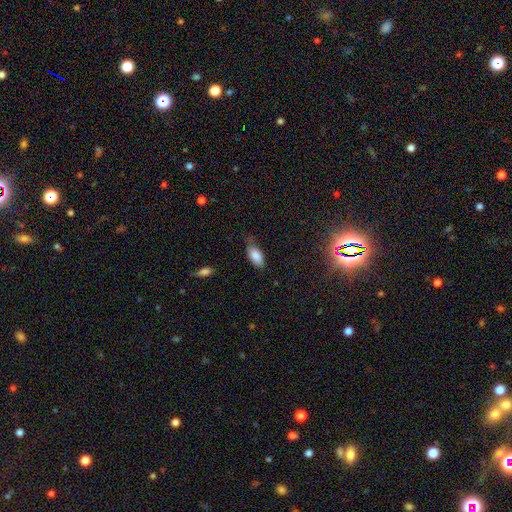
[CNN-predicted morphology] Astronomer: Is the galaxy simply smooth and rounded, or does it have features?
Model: smooth — 85%.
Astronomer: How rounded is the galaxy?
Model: in between — 91%.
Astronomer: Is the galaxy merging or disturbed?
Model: none — 55% (runner-up: minor disturbance, 36%).